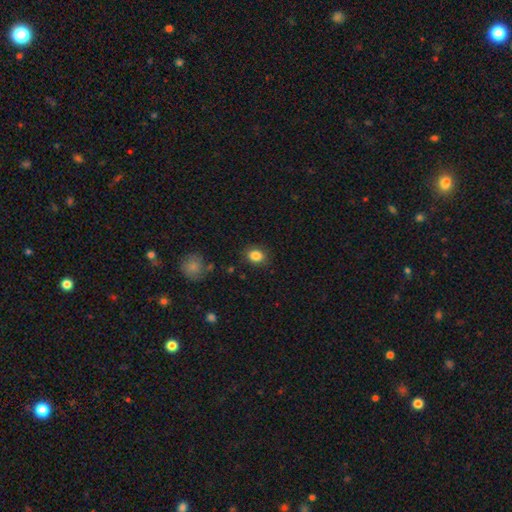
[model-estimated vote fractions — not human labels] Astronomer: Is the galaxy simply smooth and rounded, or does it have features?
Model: smooth — 85%.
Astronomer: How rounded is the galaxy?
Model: round — 51% (runner-up: in between, 48%).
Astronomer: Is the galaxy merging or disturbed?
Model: none — 84%.